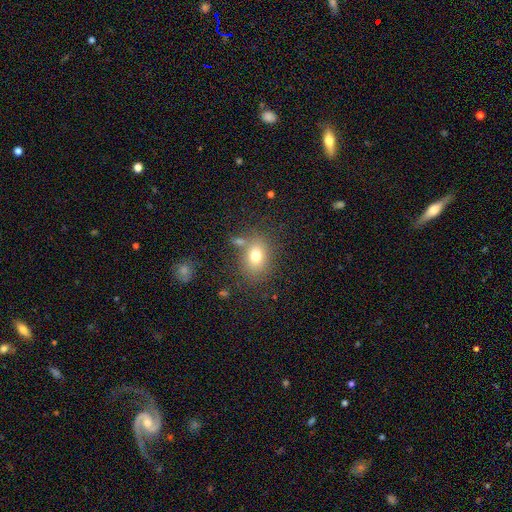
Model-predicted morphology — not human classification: Smooth or featured?
  - smooth: 74% *
  - featured or disk: 14%
  - star or artifact: 12%
How rounded?
  - in between: 65% *
  - round: 34%
  - cigar-shaped: 1%
Merging?
  - none: 70% *
  - minor disturbance: 13%
  - merger: 11%
  - major disturbance: 6%